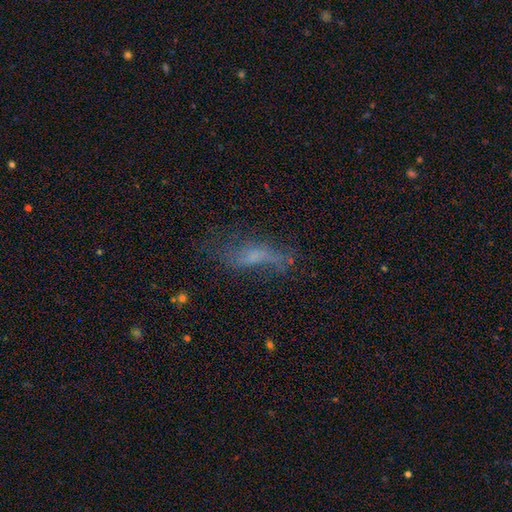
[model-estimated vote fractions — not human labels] Smooth or featured?
  - smooth: 43% *
  - featured or disk: 41%
  - star or artifact: 16%
Merging?
  - none: 45% *
  - major disturbance: 26%
  - minor disturbance: 25%
  - merger: 4%